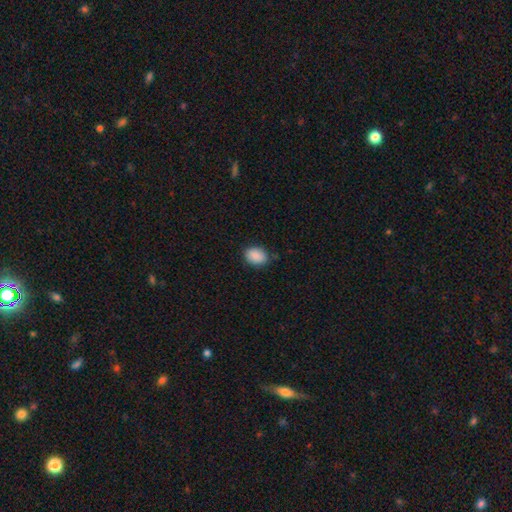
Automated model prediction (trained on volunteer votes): smooth 89%, star or artifact 7%, featured or disk 4%. Down the decision tree: how rounded — in between (66%); merging — none (83%).